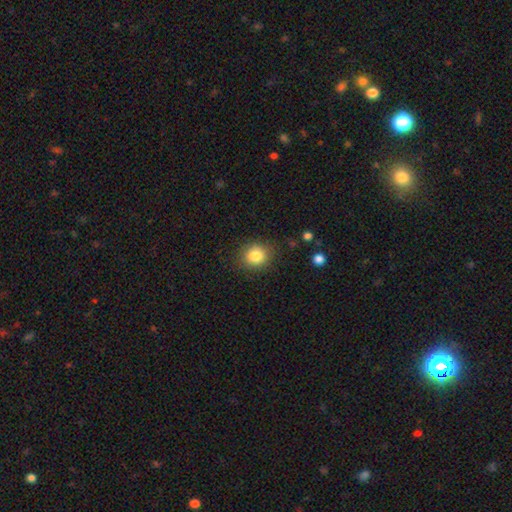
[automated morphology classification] The model was most divided on "how rounded": round: 79%, in between: 20%, cigar-shaped: 1%. More confident: merging — none (85%); smooth or featured — smooth (83%).